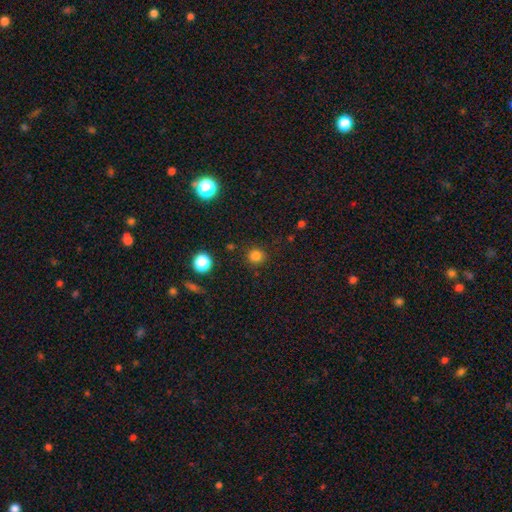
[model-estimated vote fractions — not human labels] Q: Smooth or featured?
A: smooth (81%); runner-up: star or artifact (15%)
Q: How rounded?
A: round (92%); runner-up: in between (7%)
Q: Merging?
A: none (89%); runner-up: minor disturbance (7%)